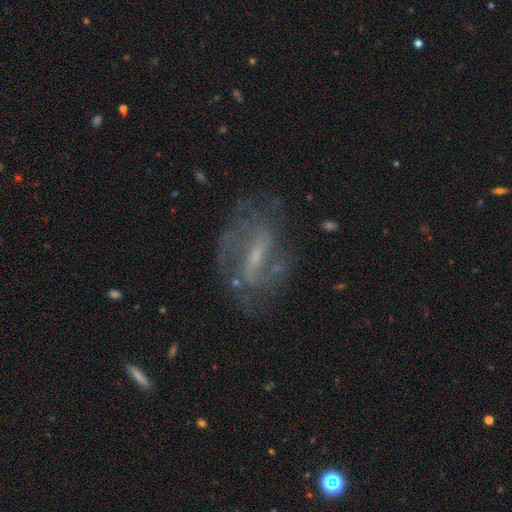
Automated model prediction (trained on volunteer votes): This appears to be a featured or disk galaxy (78%) with a weak bar (44%), 2 (52%) medium (44%) spiral arms (83%) and a small central bulge (54%). Merging: none (66%).